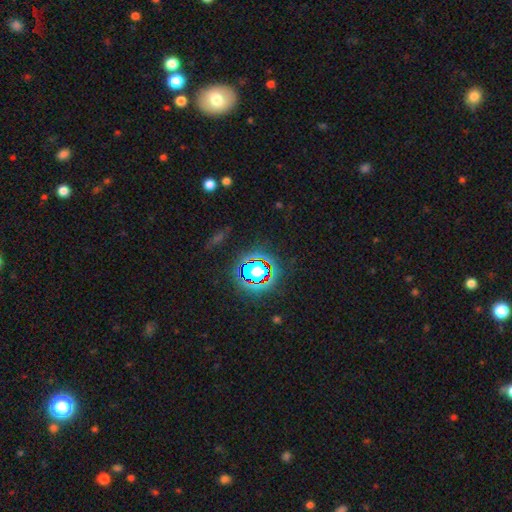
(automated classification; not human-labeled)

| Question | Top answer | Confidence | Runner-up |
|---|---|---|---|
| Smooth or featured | star or artifact | 78% | smooth (13%) |